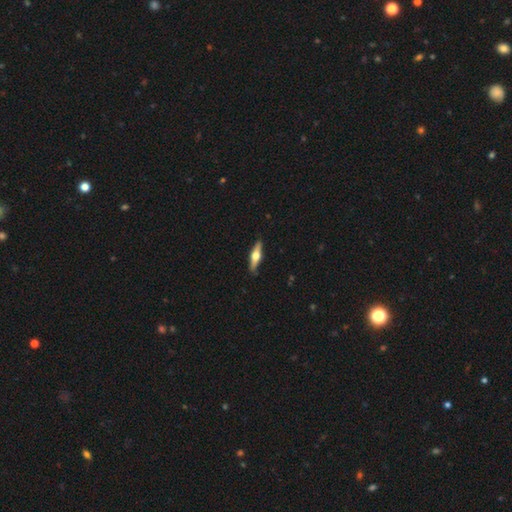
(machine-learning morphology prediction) Q: Smooth or featured?
A: featured or disk (61%); runner-up: smooth (34%)
Q: Edge-on disk?
A: yes (95%); runner-up: no (5%)
Q: Edge-on bulge?
A: rounded (95%); runner-up: boxy (4%)
Q: Merging?
A: none (88%); runner-up: minor disturbance (9%)